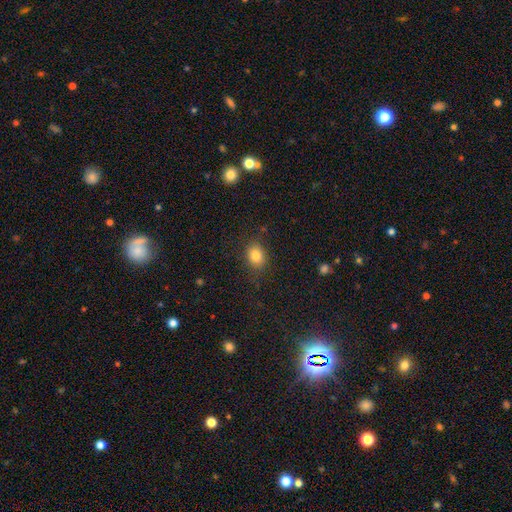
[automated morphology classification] smooth-or-featured: smooth: 82% | star or artifact: 11% | featured or disk: 7%
  how-rounded: in between: 50% | round: 49% | cigar-shaped: 1%
  merging: none: 83% | minor disturbance: 12% | major disturbance: 4% | merger: 1%